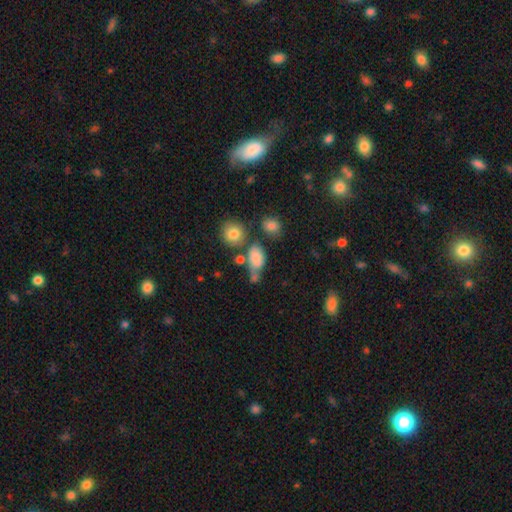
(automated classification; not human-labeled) A smooth galaxy with no disk features (76%) that is in between round and cigar-shaped (77%). Merging: none (45%).